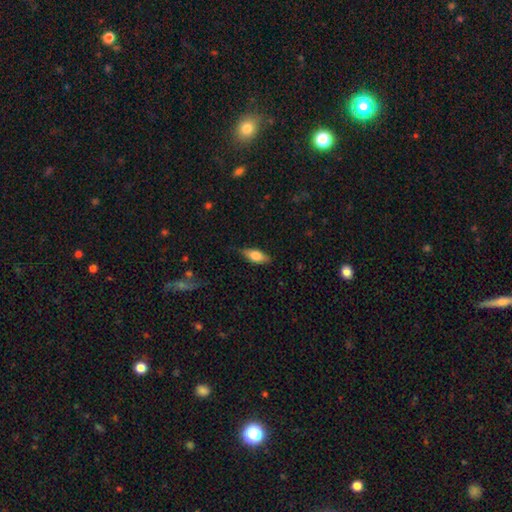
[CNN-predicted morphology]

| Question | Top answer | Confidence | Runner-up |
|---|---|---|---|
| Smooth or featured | smooth | 64% | featured or disk (29%) |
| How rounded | in between | 72% | cigar-shaped (25%) |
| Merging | none | 76% | minor disturbance (19%) |